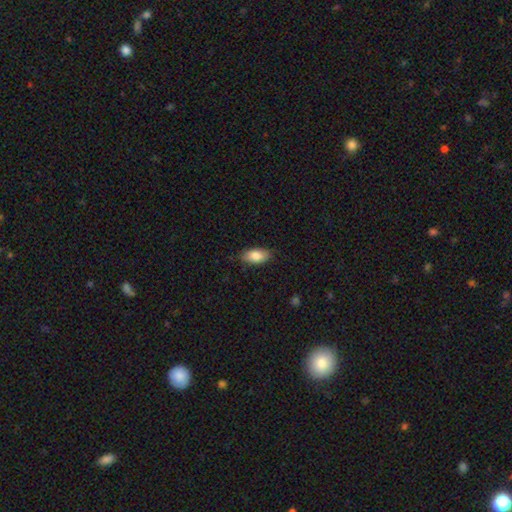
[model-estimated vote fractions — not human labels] This is clearly a smooth galaxy (84%). How rounded: clearly in between (92%). Merging: clearly none (85%).